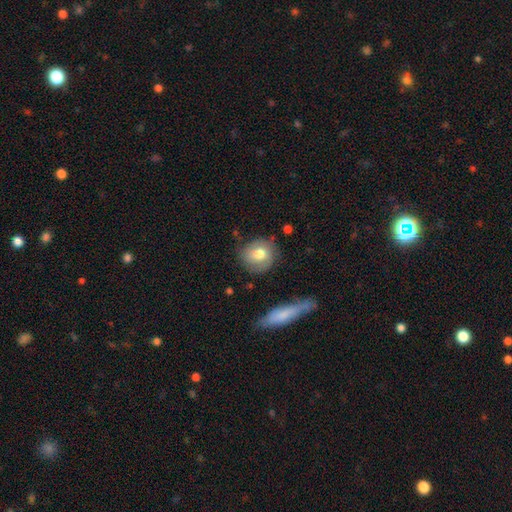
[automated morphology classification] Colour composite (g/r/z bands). It shows a smooth galaxy with no disk features (70%) that is round (82%). Merging: none (75%).